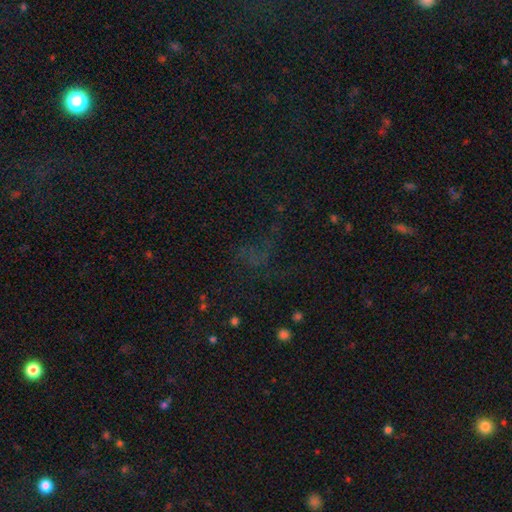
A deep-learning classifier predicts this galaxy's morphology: smooth-or-featured: star or artifact: 50% | smooth: 29% | featured or disk: 21%